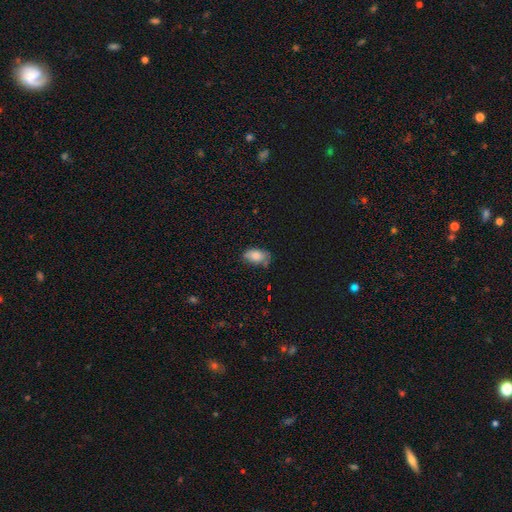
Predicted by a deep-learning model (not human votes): Q: Smooth or featured?
A: smooth (79%); runner-up: featured or disk (12%)
Q: How rounded?
A: in between (91%); runner-up: round (7%)
Q: Merging?
A: none (63%); runner-up: minor disturbance (28%)